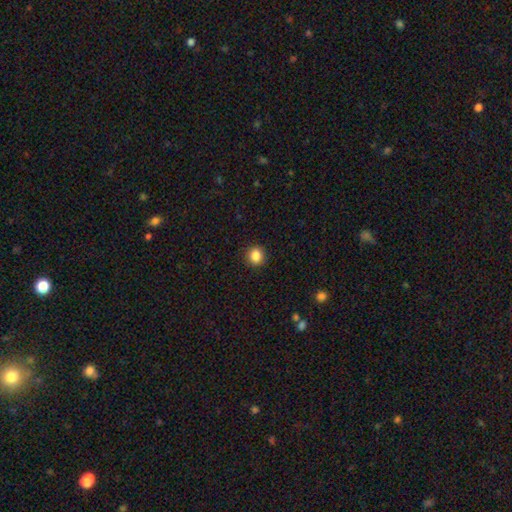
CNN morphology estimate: Smooth or featured? smooth (86%)
How rounded? round (88%)
Merging? none (92%)